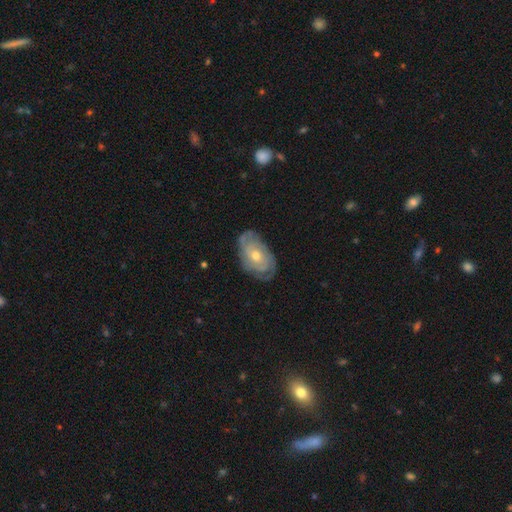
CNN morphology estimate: Smooth or featured: featured or disk — 77% (smooth — 17%)
Edge-on disk: no — 95% (yes — 5%)
Bar: no — 77% (weak — 20%)
Spiral arms: yes — 89% (no — 11%)
Spiral winding: tight — 69% (medium — 24%)
Spiral arm count: can't tell — 43% (2 — 23%)
Bulge size: moderate — 63% (small — 33%)
Merging: none — 74% (minor disturbance — 19%)